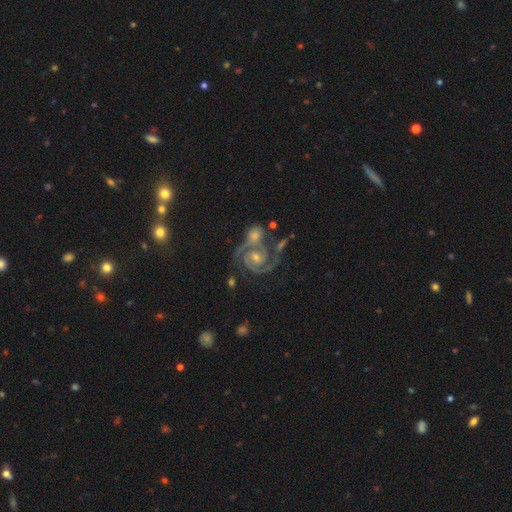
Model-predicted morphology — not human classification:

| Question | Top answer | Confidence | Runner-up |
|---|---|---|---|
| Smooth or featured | featured or disk | 91% | star or artifact (5%) |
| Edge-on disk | no | 98% | yes (2%) |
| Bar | no | 58% | weak (31%) |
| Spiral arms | yes | 98% | no (2%) |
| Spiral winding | tight | 58% | medium (37%) |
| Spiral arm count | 2 | 82% | 3 (9%) |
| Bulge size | moderate | 47% | tied: small (47%) |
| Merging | none | 47% | merger (32%) |